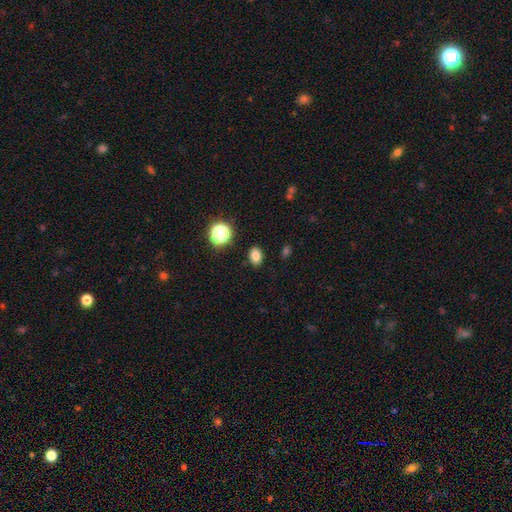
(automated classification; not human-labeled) Smooth or featured: smooth — 81% (star or artifact — 14%)
How rounded: in between — 70% (round — 29%)
Merging: none — 88% (minor disturbance — 8%)